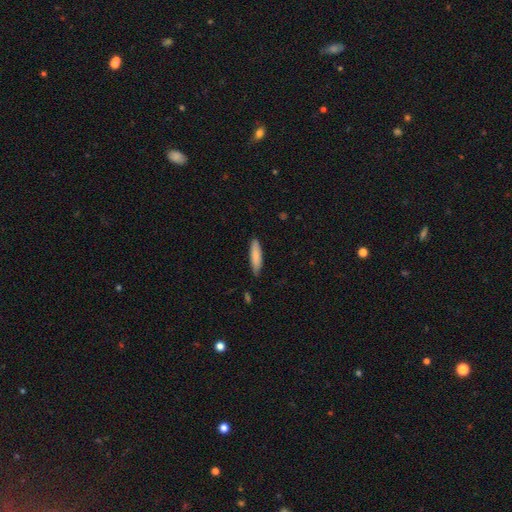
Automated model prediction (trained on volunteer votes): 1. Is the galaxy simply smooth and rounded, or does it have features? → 83% smooth, 11% featured or disk, 6% star or artifact.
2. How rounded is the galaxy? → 70% cigar-shaped, 28% in between, 1% round.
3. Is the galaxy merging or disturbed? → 85% none, 12% minor disturbance, 2% major disturbance, 1% merger.